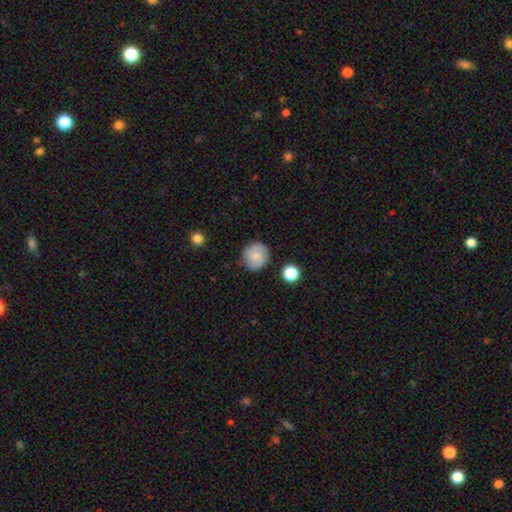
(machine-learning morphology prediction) Smooth or featured?
  - smooth: 78% *
  - featured or disk: 14%
  - star or artifact: 8%
How rounded?
  - round: 90% *
  - in between: 9%
  - cigar-shaped: 1%
Merging?
  - none: 84% *
  - minor disturbance: 12%
  - major disturbance: 3%
  - merger: 2%